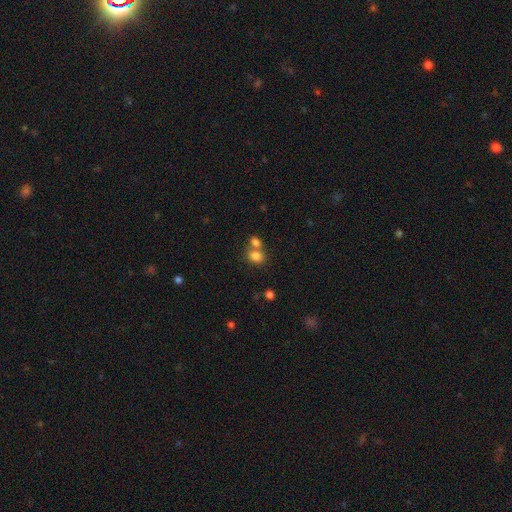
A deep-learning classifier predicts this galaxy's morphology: Overall: smooth (81%). How rounded: round (53%; in between 46%). Merging: merger (47%; none 42%).